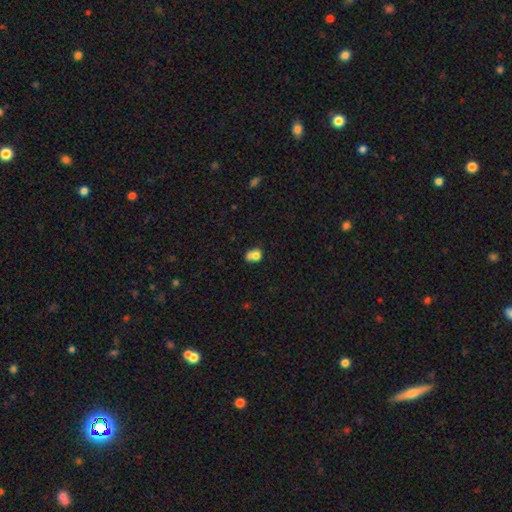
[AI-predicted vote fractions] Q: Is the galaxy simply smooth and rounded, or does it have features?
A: smooth — 72%.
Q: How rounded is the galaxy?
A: round — 51%.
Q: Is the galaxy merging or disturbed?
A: merger — 50%.